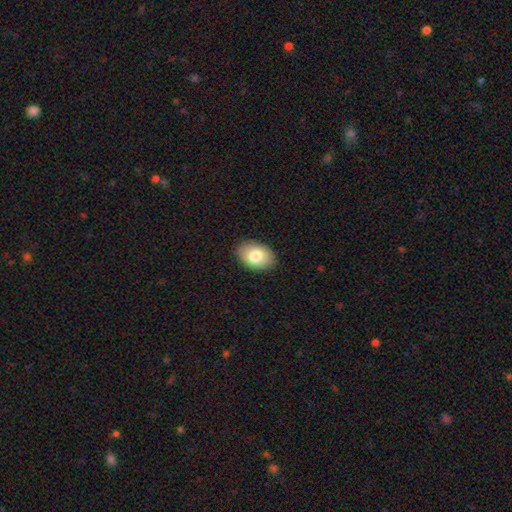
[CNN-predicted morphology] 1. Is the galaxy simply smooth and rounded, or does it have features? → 81% smooth, 12% featured or disk, 7% star or artifact.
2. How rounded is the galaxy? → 87% in between, 12% round, 1% cigar-shaped.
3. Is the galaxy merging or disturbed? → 89% none, 8% minor disturbance, 2% major disturbance, 1% merger.